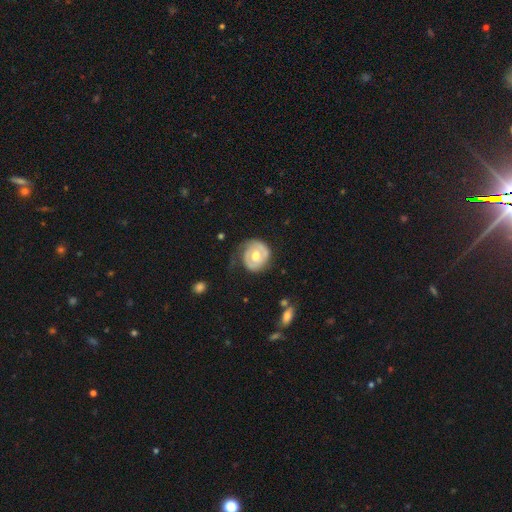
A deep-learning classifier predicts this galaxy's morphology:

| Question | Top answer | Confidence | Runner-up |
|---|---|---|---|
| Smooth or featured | featured or disk | 58% | smooth (37%) |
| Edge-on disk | no | 97% | yes (3%) |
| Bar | no | 66% | weak (27%) |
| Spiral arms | yes | 53% | no (47%) |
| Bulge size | moderate | 76% | large (12%) |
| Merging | none | 65% | minor disturbance (23%) |